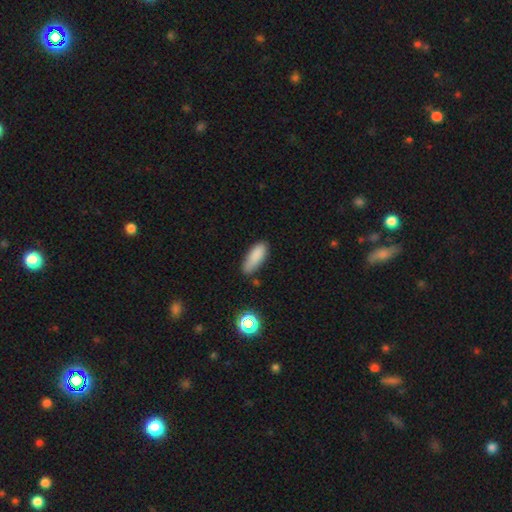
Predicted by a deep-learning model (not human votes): This is clearly a smooth galaxy (85%). How rounded: likely in between (66%). Merging: likely none (70%).